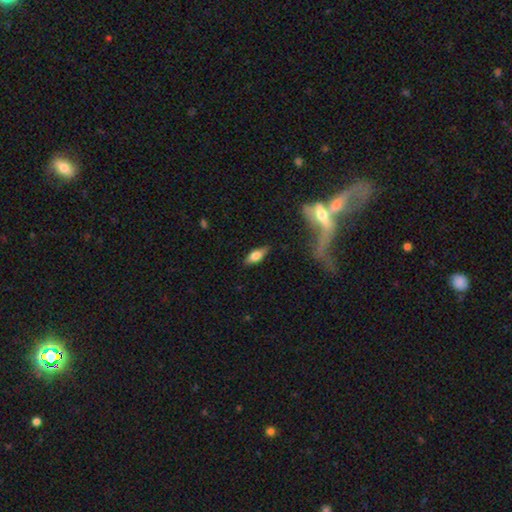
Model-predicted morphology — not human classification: smooth_or_featured: smooth (p=0.65) [alt: featured or disk p=0.28]
how_rounded: in between (p=0.73) [alt: cigar-shaped p=0.24]
merging: none (p=0.83) [alt: minor disturbance p=0.12]